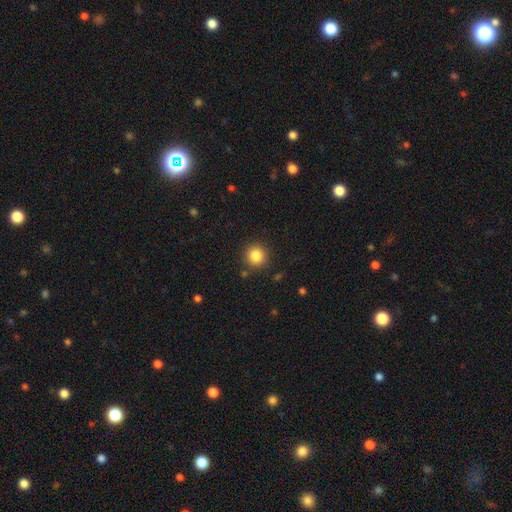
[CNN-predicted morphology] A smooth galaxy with no disk features (84%) that is round (93%).

Vote fractions:
- Smooth or featured? smooth: 84% / star or artifact: 11% / featured or disk: 5%
- How rounded? round: 93% / in between: 6% / cigar-shaped: 1%
- Merging? none: 89% / minor disturbance: 6% / major disturbance: 2% / merger: 2%